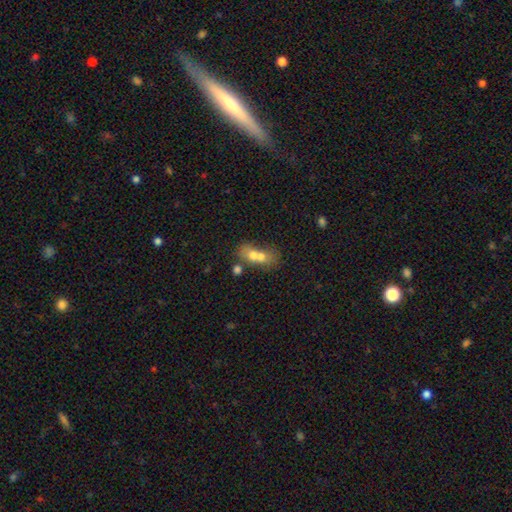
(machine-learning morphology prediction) type=smooth (62%); roundness=in between (61%); merging=merger (71%).